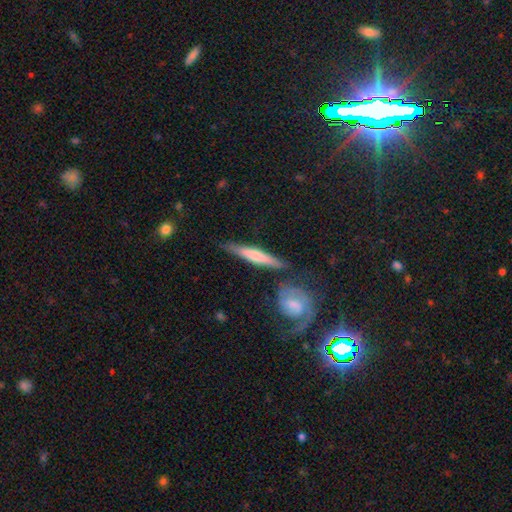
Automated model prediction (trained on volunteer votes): This is possibly a smooth galaxy (54%). How rounded: clearly cigar-shaped (91%). Merging: likely none (76%).